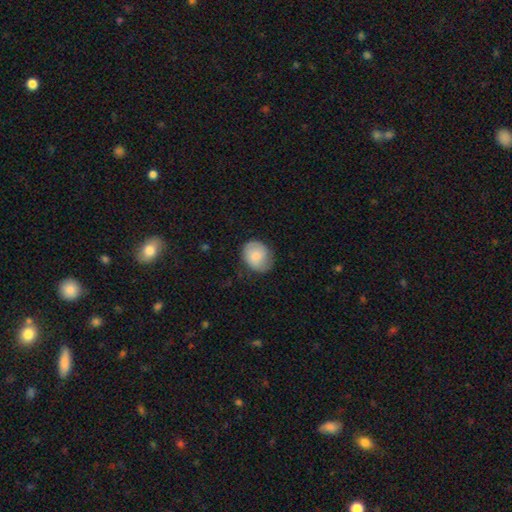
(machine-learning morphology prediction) smooth_or_featured: smooth (p=0.78) [alt: featured or disk p=0.15]
how_rounded: round (p=0.62) [alt: in between p=0.37]
merging: none (p=0.71) [alt: minor disturbance p=0.23]